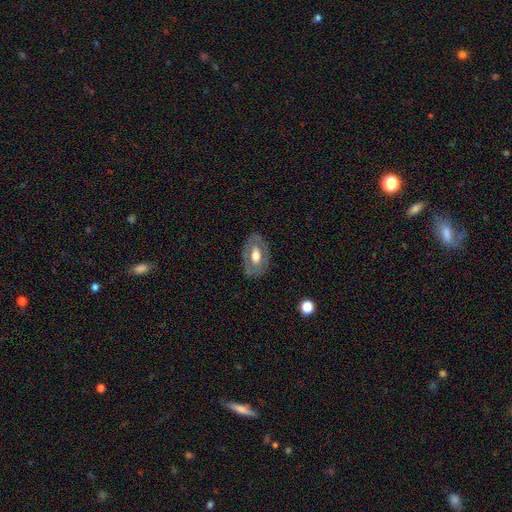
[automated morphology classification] Overall: featured or disk (50%; smooth 44%). Edge-on disk: no (90%). Merging: none (78%).